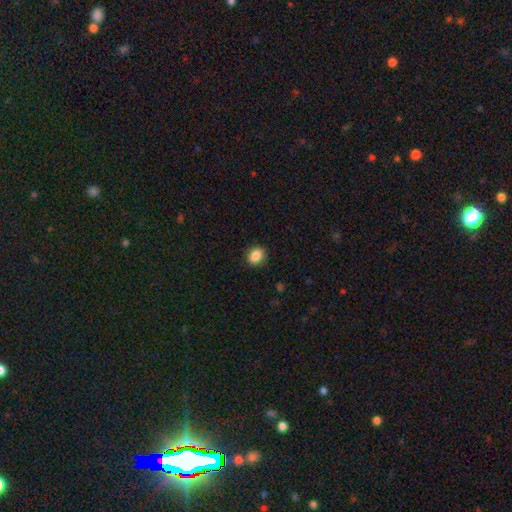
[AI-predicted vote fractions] smooth-or-featured: smooth: 87% | star or artifact: 9% | featured or disk: 4%
  how-rounded: round: 59% | in between: 40% | cigar-shaped: 1%
  merging: none: 89% | minor disturbance: 8% | major disturbance: 2% | merger: 1%